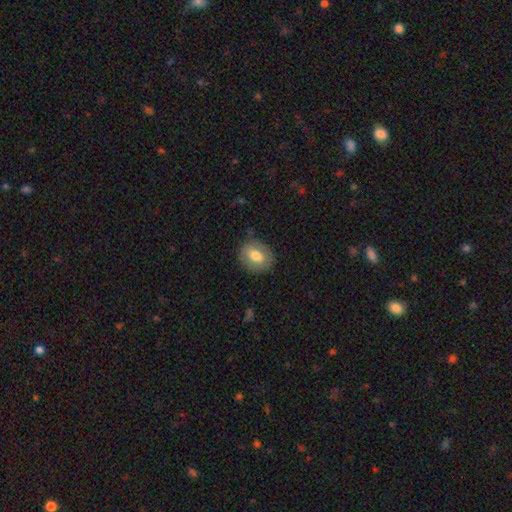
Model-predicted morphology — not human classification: Smooth or featured? smooth (71%)
How rounded? round (50%)
Merging? none (79%)